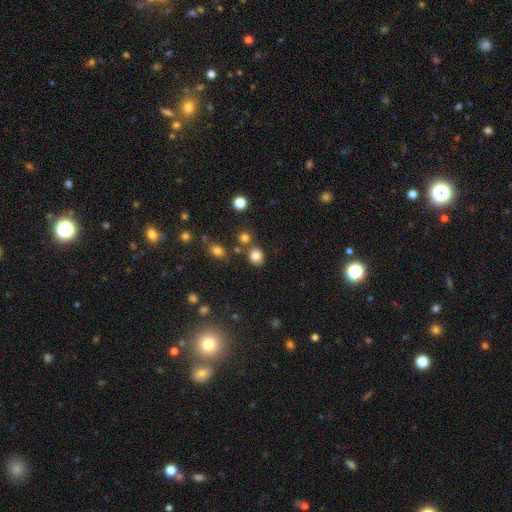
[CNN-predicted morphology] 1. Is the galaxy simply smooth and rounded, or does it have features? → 82% smooth, 12% star or artifact, 6% featured or disk.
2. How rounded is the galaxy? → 70% round, 29% in between, 1% cigar-shaped.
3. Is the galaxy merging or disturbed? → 73% none, 12% merger, 12% minor disturbance, 4% major disturbance.